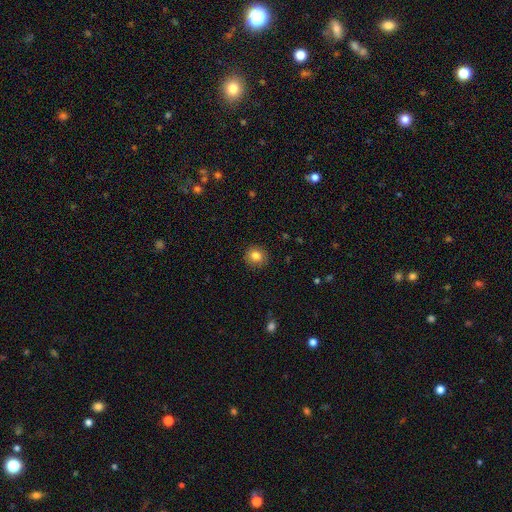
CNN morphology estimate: Smooth or featured?
  - smooth: 83% *
  - star or artifact: 10%
  - featured or disk: 8%
How rounded?
  - round: 86% *
  - in between: 13%
  - cigar-shaped: 1%
Merging?
  - none: 90% *
  - minor disturbance: 7%
  - major disturbance: 2%
  - merger: 1%